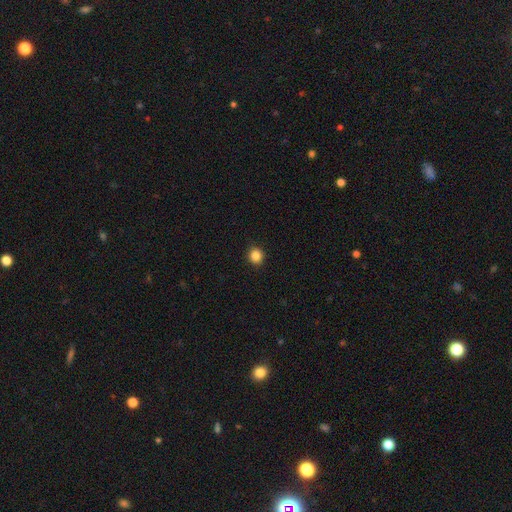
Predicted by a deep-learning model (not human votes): This appears to be a smooth galaxy with no disk features (86%) that is round (88%). Merging: none (92%).